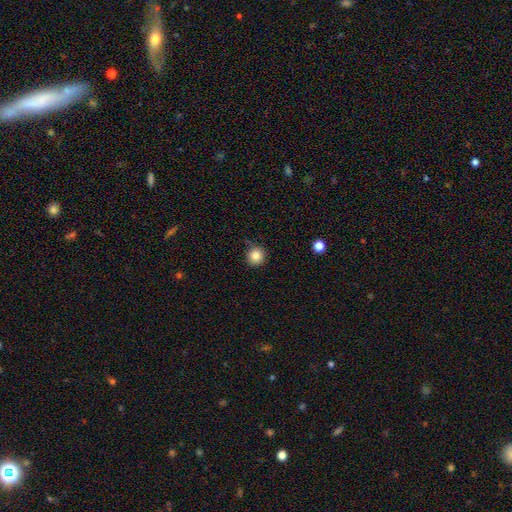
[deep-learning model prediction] Smooth or featured: smooth — 85% (star or artifact — 10%)
How rounded: round — 94% (in between — 5%)
Merging: none — 80% (minor disturbance — 15%)